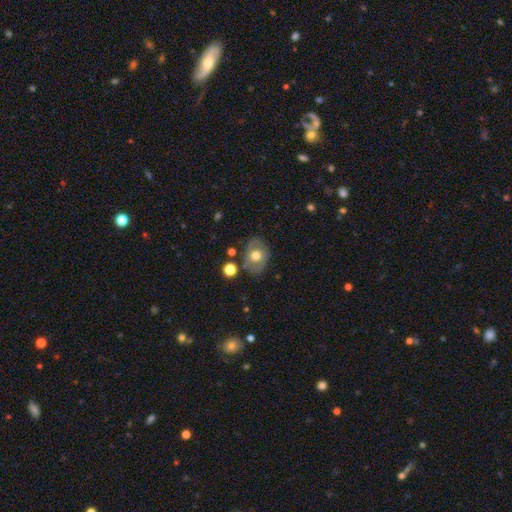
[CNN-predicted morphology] A smooth galaxy with no disk features (57%) that is in between round and cigar-shaped (62%). Merging: none (76%).